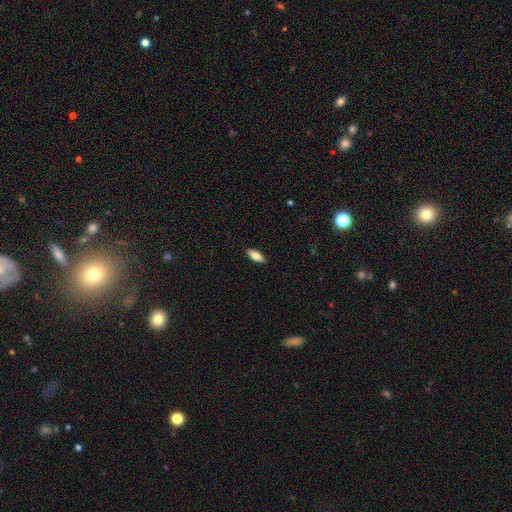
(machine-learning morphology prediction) A smooth galaxy with no disk features (76%) that is in between round and cigar-shaped (73%). Merging: none (89%).